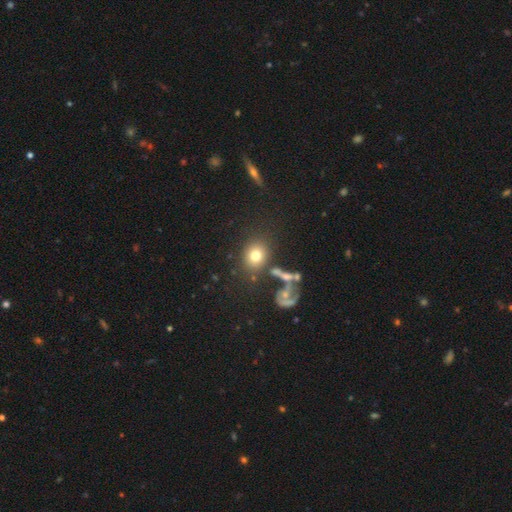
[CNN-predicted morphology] This is likely a smooth galaxy (75%). How rounded: likely round (70%). Merging: likely none (71%).